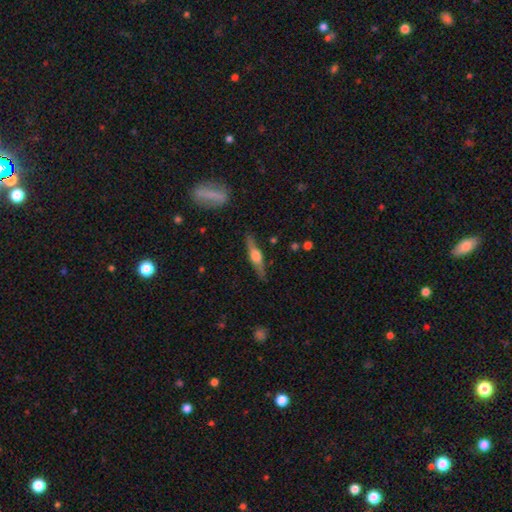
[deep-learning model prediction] This appears to be a featured or disk galaxy (68%) viewed edge-on (95%) with a rounded central bulge (88%). Merging: none (84%).